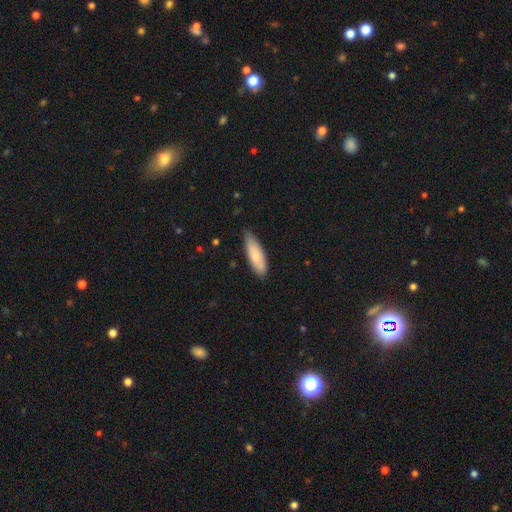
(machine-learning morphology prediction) A smooth galaxy with no disk features (79%) that is in between round and cigar-shaped (52%).

Vote fractions:
- Smooth or featured? smooth: 79% / featured or disk: 15% / star or artifact: 5%
- How rounded? in between: 52% / cigar-shaped: 46% / round: 2%
- Merging? none: 77% / minor disturbance: 19% / major disturbance: 2% / merger: 1%